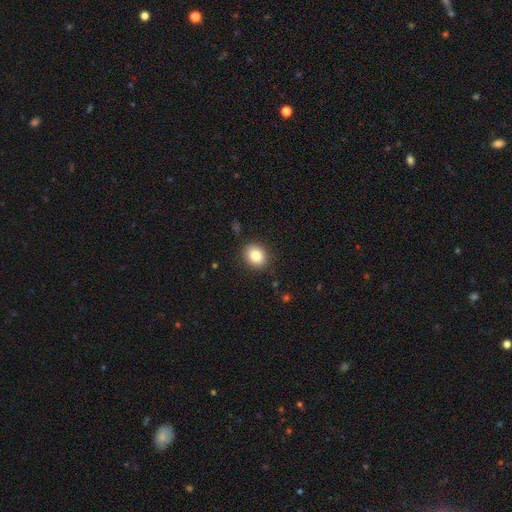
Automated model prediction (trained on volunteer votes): Smooth or featured?
  - smooth: 84% *
  - star or artifact: 9%
  - featured or disk: 7%
How rounded?
  - round: 55% *
  - in between: 44%
  - cigar-shaped: 1%
Merging?
  - none: 88% *
  - minor disturbance: 9%
  - major disturbance: 3%
  - merger: 1%